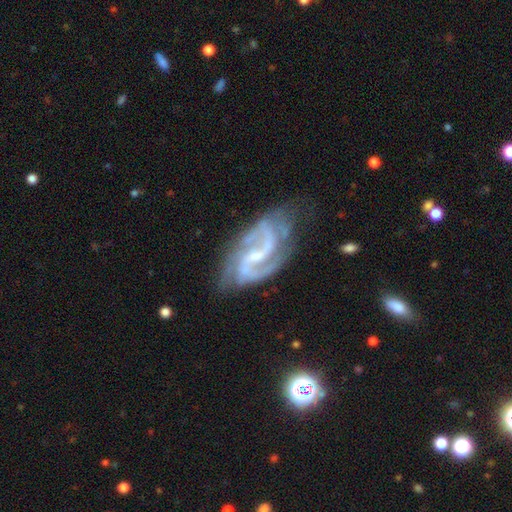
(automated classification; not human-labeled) Overall: featured or disk (91%). Edge-on disk: no (97%). Bar: weak (53%; no 26%). Spiral arms: yes (98%). Spiral arm count: 2 (84%). Spiral winding: medium (56%; loose 24%). Bulge size: small (63%; moderate 25%). Merging: none (62%; minor disturbance 23%).